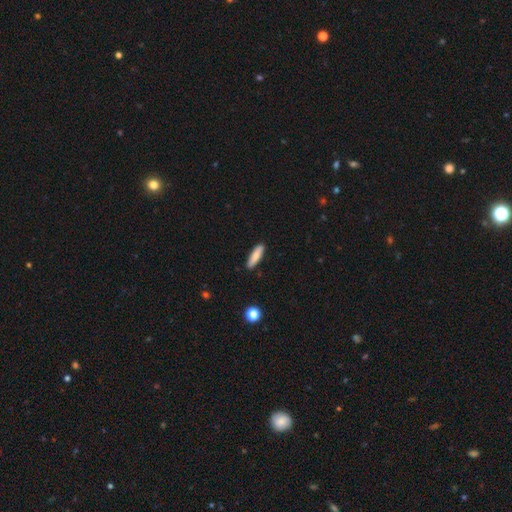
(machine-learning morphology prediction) smooth_or_featured: smooth (p=0.80) [alt: featured or disk p=0.14]
how_rounded: cigar-shaped (p=0.74) [alt: in between p=0.25]
merging: none (p=0.89) [alt: minor disturbance p=0.08]